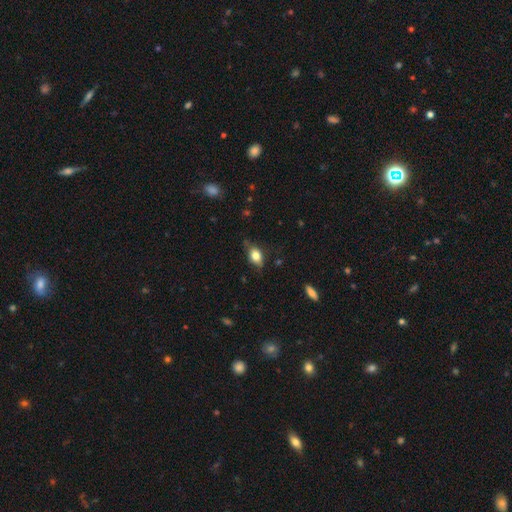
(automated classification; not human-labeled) Smooth or featured? Predicted: smooth (p=0.73). How rounded? Predicted: in between (p=0.80). Merging? Predicted: none (p=0.68).